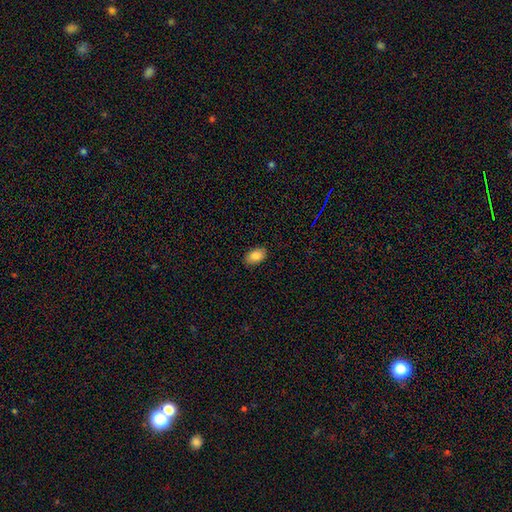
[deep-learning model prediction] A smooth galaxy with no disk features (87%) that is in between round and cigar-shaped (90%).

Vote fractions:
- Smooth or featured? smooth: 87% / star or artifact: 8% / featured or disk: 6%
- How rounded? in between: 90% / round: 8% / cigar-shaped: 1%
- Merging? none: 87% / minor disturbance: 10% / major disturbance: 2% / merger: 1%